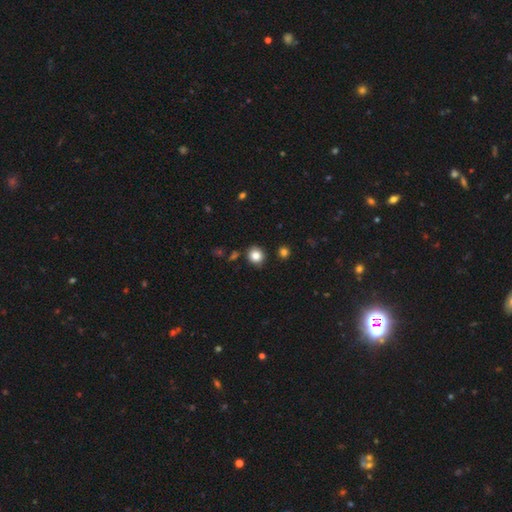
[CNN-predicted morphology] smooth_or_featured: smooth (p=0.83) [alt: star or artifact p=0.11]
how_rounded: round (p=0.86) [alt: in between p=0.13]
merging: none (p=0.88) [alt: minor disturbance p=0.07]